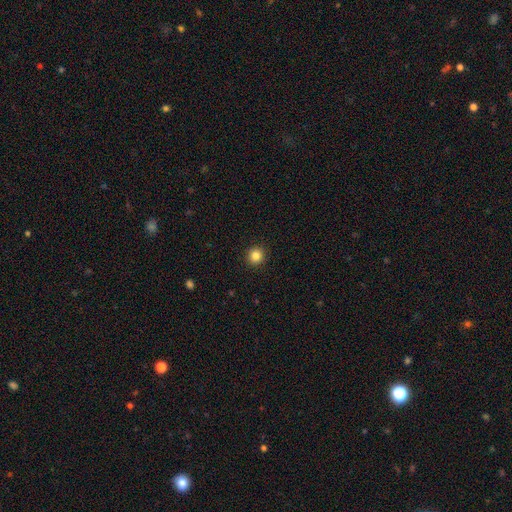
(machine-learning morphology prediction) Smooth or featured?
  - smooth: 84% *
  - star or artifact: 11%
  - featured or disk: 5%
How rounded?
  - round: 94% *
  - in between: 6%
  - cigar-shaped: 1%
Merging?
  - none: 93% *
  - minor disturbance: 5%
  - major disturbance: 2%
  - merger: 1%